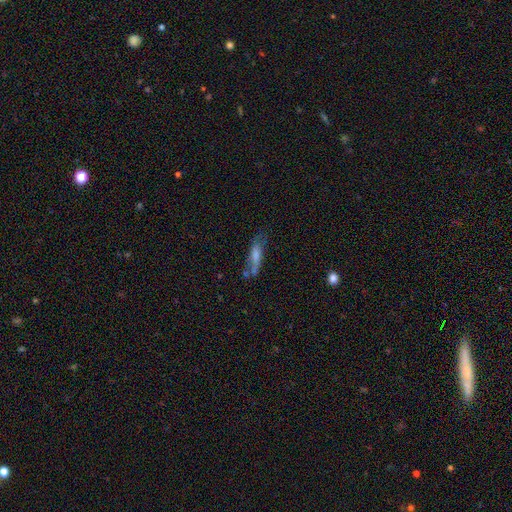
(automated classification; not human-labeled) The model was most divided on "merging": none: 46%, minor disturbance: 27%, major disturbance: 16%, merger: 10%. More confident: how rounded — cigar-shaped (65%); smooth or featured — smooth (58%).